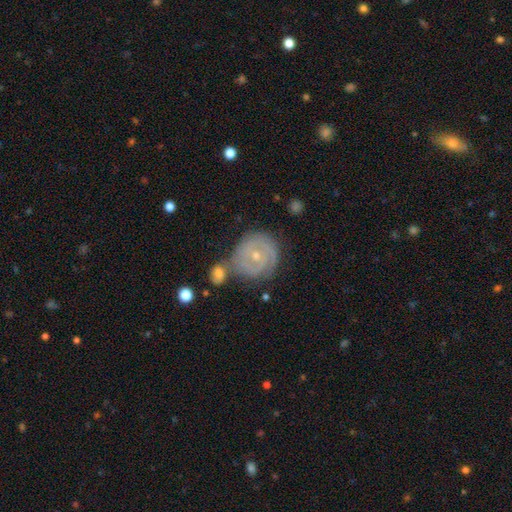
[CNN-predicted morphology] Q: Smooth or featured?
A: featured or disk (80%); runner-up: smooth (14%)
Q: Edge-on disk?
A: no (97%); runner-up: yes (3%)
Q: Bar?
A: no (67%); runner-up: weak (27%)
Q: Spiral arms?
A: yes (93%); runner-up: no (7%)
Q: Spiral winding?
A: tight (76%); runner-up: medium (20%)
Q: Spiral arm count?
A: 2 (46%); runner-up: can't tell (24%)
Q: Bulge size?
A: small (62%); runner-up: moderate (35%)
Q: Merging?
A: none (64%); runner-up: minor disturbance (17%)